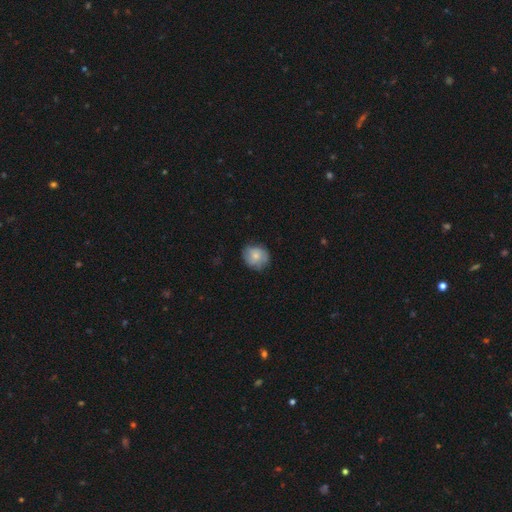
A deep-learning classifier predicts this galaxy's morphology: The model was most divided on "smooth or featured": smooth: 70%, featured or disk: 22%, star or artifact: 7%. More confident: how rounded — round (80%); merging — none (72%).